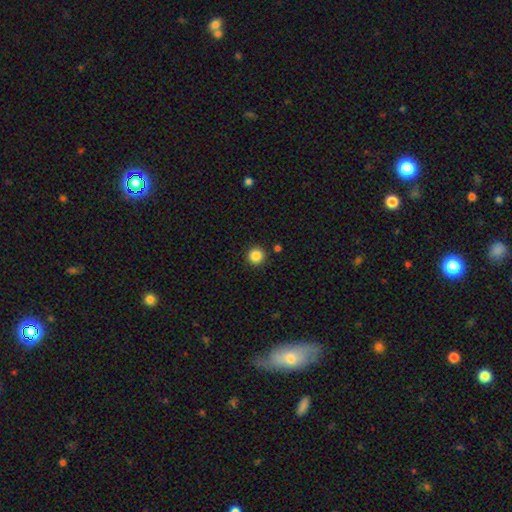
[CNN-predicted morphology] This is clearly a smooth galaxy (86%). How rounded: clearly round (96%). Merging: clearly none (91%).